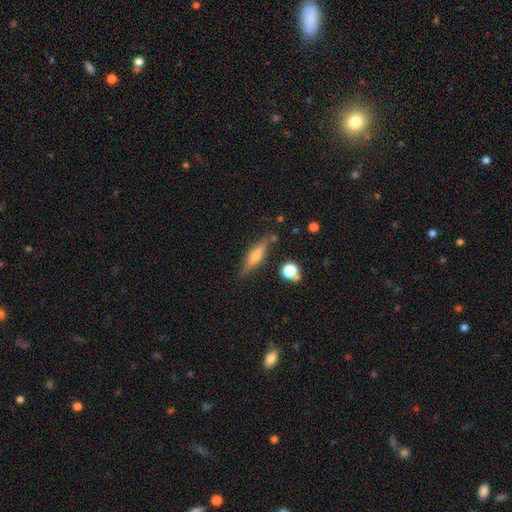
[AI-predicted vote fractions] Morphology: type=featured or disk (62%); edge-on=yes (94%); edge-on bulge=rounded (82%); merging=none (83%).